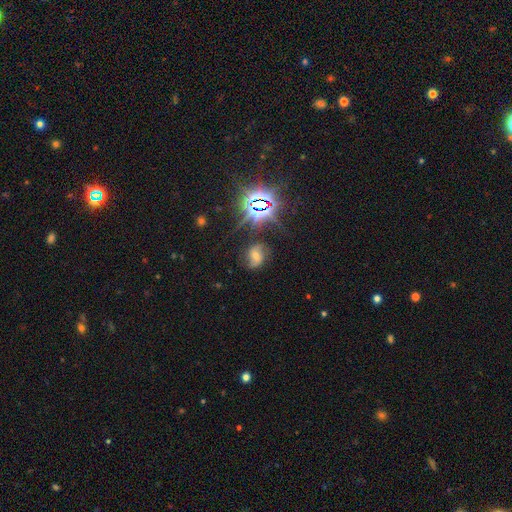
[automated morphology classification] smooth_or_featured: featured or disk (p=0.43) [alt: star or artifact p=0.39]
merging: none (p=0.73) [alt: minor disturbance p=0.16]